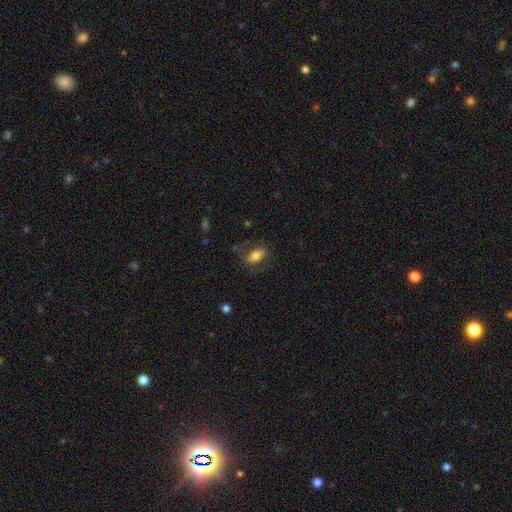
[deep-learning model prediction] A smooth galaxy with no disk features (58%) that is in between round and cigar-shaped (85%).

Vote fractions:
- Smooth or featured? smooth: 58% / featured or disk: 34% / star or artifact: 8%
- How rounded? in between: 85% / round: 12% / cigar-shaped: 3%
- Merging? none: 64% / minor disturbance: 18% / major disturbance: 16% / merger: 2%